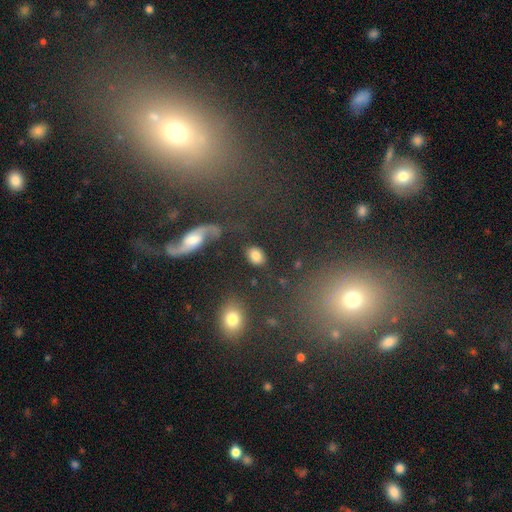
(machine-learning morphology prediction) type=smooth (81%); roundness=in between (74%); merging=none (81%).